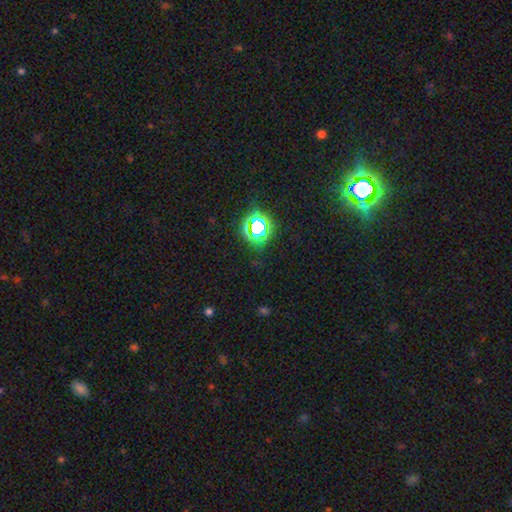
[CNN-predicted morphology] type=star or artifact (73%).